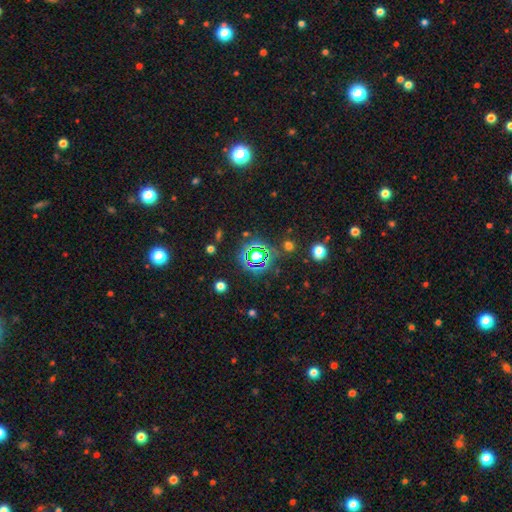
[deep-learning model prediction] Overall: star or artifact (62%; smooth 27%).